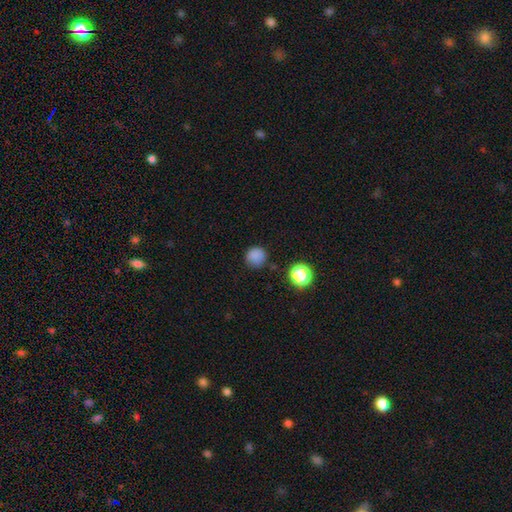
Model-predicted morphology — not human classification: This is clearly a smooth galaxy (81%). How rounded: clearly round (92%). Merging: clearly none (82%).